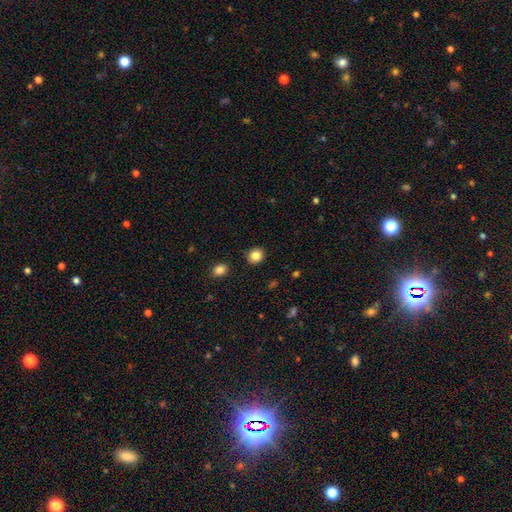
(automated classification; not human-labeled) A smooth galaxy with no disk features (85%) that is round (81%). Merging: none (90%).